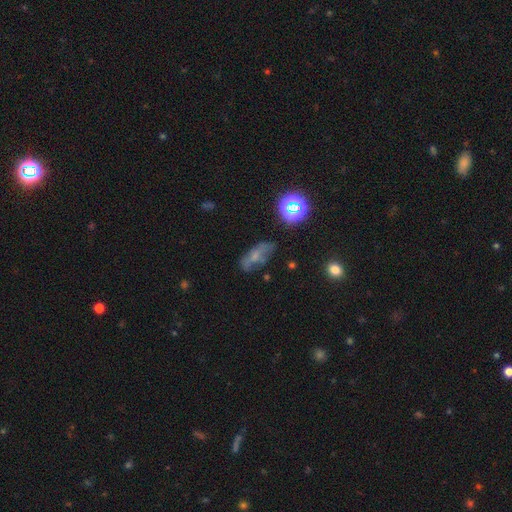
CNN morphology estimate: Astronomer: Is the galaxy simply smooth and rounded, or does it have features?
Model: smooth — 46% (runner-up: featured or disk, 33%).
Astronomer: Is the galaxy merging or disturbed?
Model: none — 52% (runner-up: minor disturbance, 27%).